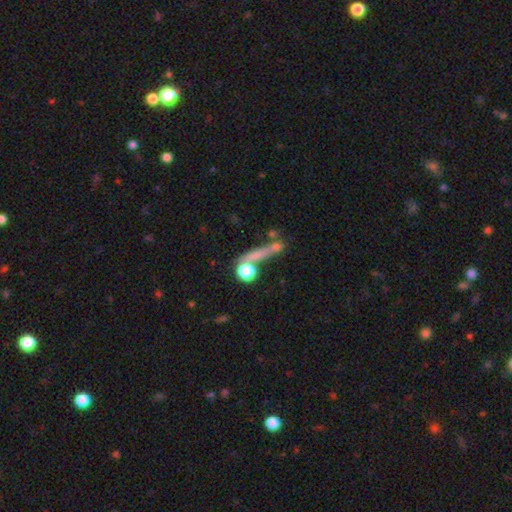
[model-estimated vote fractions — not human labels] Morphology: type=smooth (55%); roundness=cigar-shaped (55%); merging=none (54%).